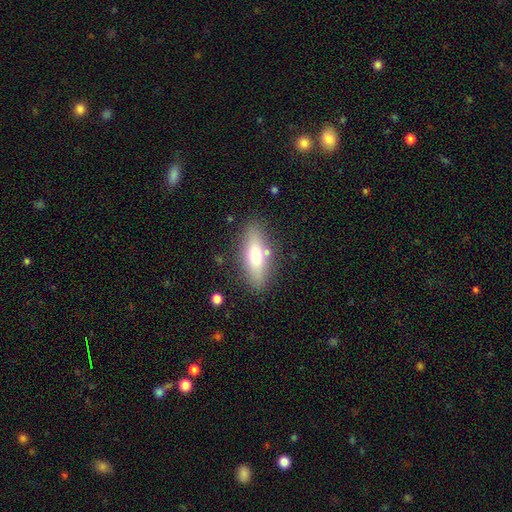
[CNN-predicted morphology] The model was most divided on "how rounded": in between: 60%, cigar-shaped: 37%, round: 3%. More confident: merging — none (81%); smooth or featured — smooth (63%).